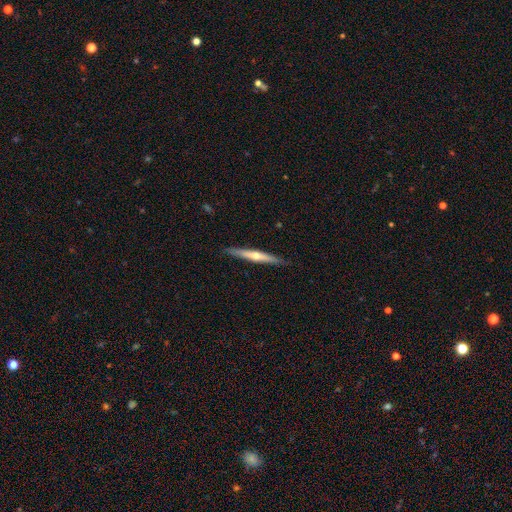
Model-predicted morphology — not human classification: Smooth or featured? Predicted: featured or disk (p=0.61). Edge-on disk? Predicted: yes (p=0.95). Edge-on bulge? Predicted: rounded (p=0.80). Merging? Predicted: none (p=0.88).